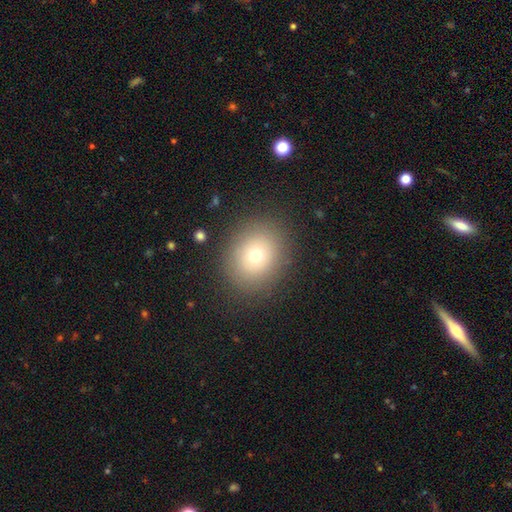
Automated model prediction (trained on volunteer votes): A smooth galaxy with no disk features (71%) that is round (70%).

Vote fractions:
- Smooth or featured? smooth: 71% / star or artifact: 15% / featured or disk: 14%
- How rounded? round: 70% / in between: 29% / cigar-shaped: 1%
- Merging? none: 86% / minor disturbance: 8% / major disturbance: 4% / merger: 1%